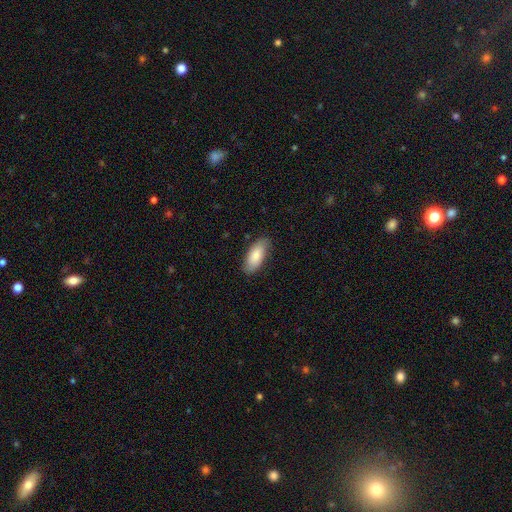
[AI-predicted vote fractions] smooth-or-featured: smooth: 82% | featured or disk: 12% | star or artifact: 6%
  how-rounded: in between: 86% | cigar-shaped: 12% | round: 2%
  merging: none: 82% | minor disturbance: 14% | major disturbance: 3% | merger: 1%